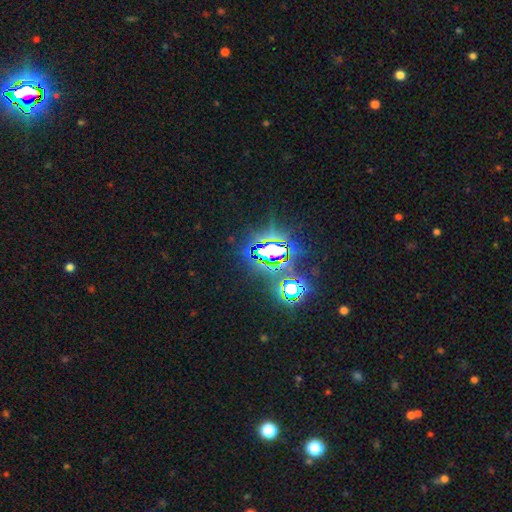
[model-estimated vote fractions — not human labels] Smooth or featured? Predicted: star or artifact (p=0.81).